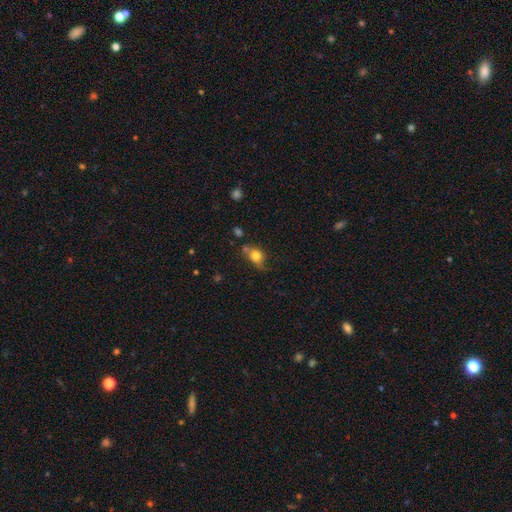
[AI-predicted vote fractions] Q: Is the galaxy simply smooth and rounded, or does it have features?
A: smooth — 75%.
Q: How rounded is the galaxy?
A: round — 59%.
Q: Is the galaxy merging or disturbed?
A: none — 48%.